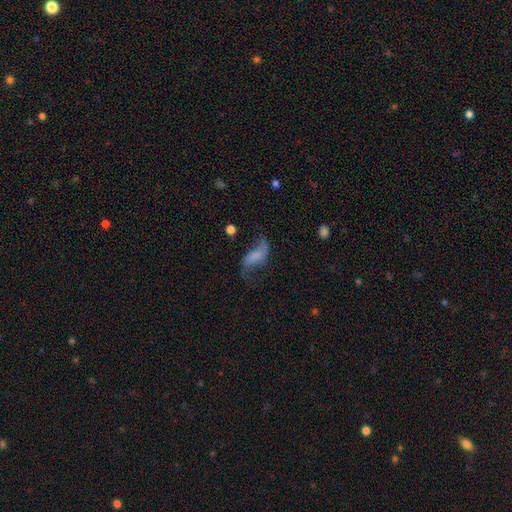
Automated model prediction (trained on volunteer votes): smooth_or_featured: featured or disk (p=0.64) [alt: smooth p=0.26]
disk_edge_on: no (p=0.95) [alt: yes p=0.05]
bar: no (p=0.43) [alt: weak p=0.37]
has_spiral_arms: yes (p=0.88) [alt: no p=0.12]
spiral_winding: loose (p=0.87) [alt: medium p=0.11]
spiral_arm_count: 2 (p=0.88) [alt: 1 p=0.06]
bulge_size: none (p=0.51) [alt: small p=0.21]
merging: none (p=0.50) [alt: major disturbance p=0.26]